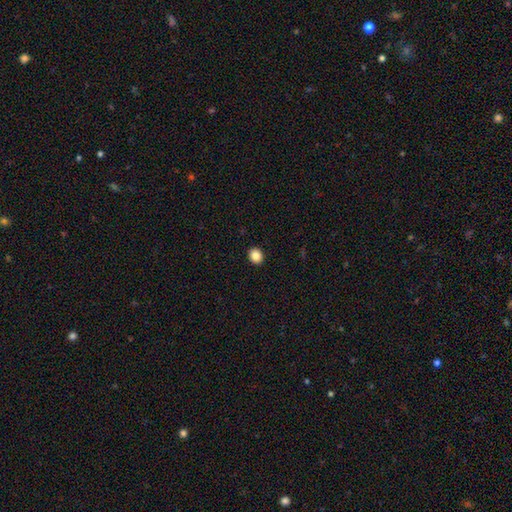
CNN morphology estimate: smooth 86%, star or artifact 10%, featured or disk 4%. Down the decision tree: how rounded — round (67%); merging — none (93%).